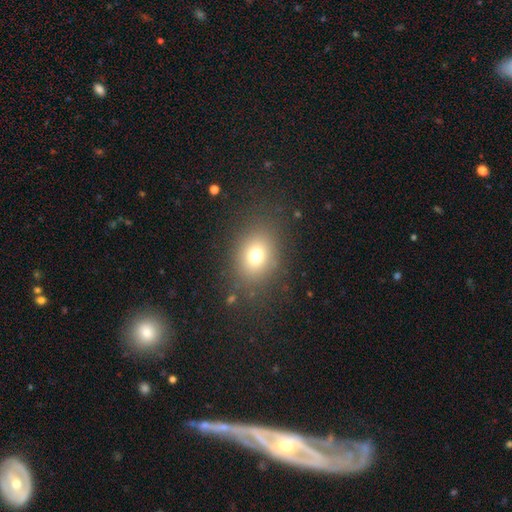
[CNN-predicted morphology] Q: Smooth or featured?
A: smooth (73%); runner-up: star or artifact (15%)
Q: How rounded?
A: in between (51%); runner-up: round (48%)
Q: Merging?
A: none (82%); runner-up: minor disturbance (10%)